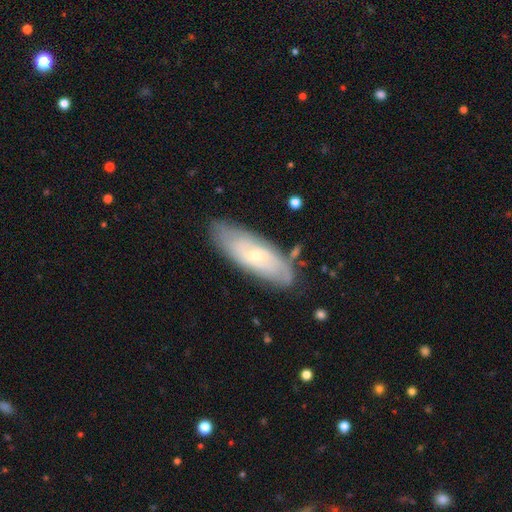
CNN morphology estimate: Q: Smooth or featured?
A: featured or disk (65%); runner-up: smooth (29%)
Q: Edge-on disk?
A: no (83%); runner-up: yes (17%)
Q: Bar?
A: weak (49%); runner-up: no (35%)
Q: Spiral arms?
A: yes (78%); runner-up: no (22%)
Q: Bulge size?
A: small (71%); runner-up: moderate (25%)
Q: Merging?
A: none (77%); runner-up: minor disturbance (16%)